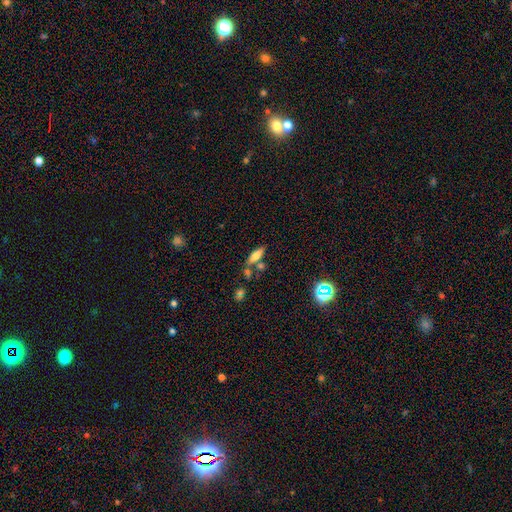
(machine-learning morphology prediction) The model was most divided on "how rounded": in between: 59%, cigar-shaped: 38%, round: 3%. More confident: smooth or featured — smooth (65%); merging — none (59%).